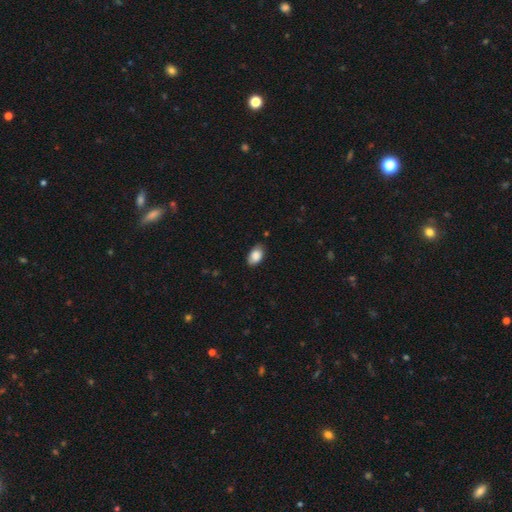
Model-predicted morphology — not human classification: The model was most divided on "merging": none: 79%, minor disturbance: 17%, major disturbance: 3%, merger: 1%. More confident: how rounded — in between (91%); smooth or featured — smooth (88%).